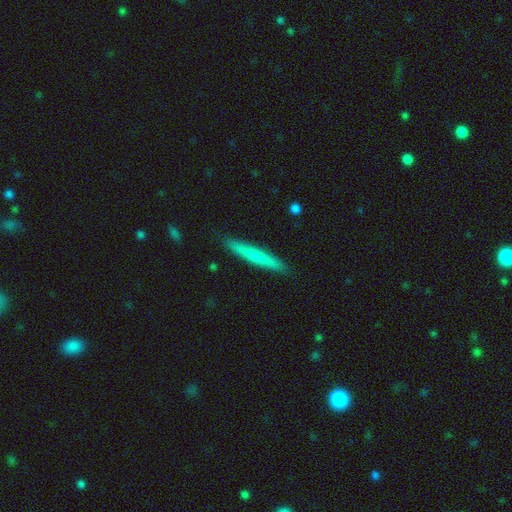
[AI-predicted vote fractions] Smooth or featured? smooth (60%)
How rounded? cigar-shaped (96%)
Merging? none (90%)